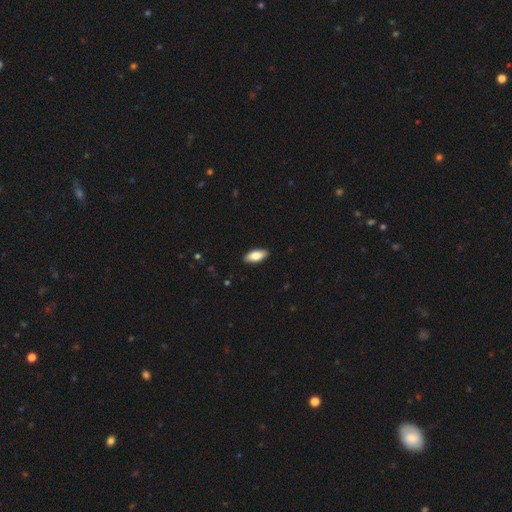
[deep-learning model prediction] The model was most divided on "smooth or featured": smooth: 84%, featured or disk: 10%, star or artifact: 6%. More confident: merging — none (90%); how rounded — in between (88%).